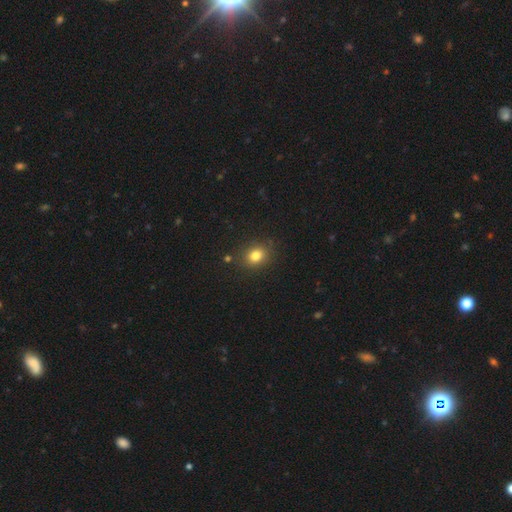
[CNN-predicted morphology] Smooth or featured? smooth (81%)
How rounded? round (56%)
Merging? none (84%)